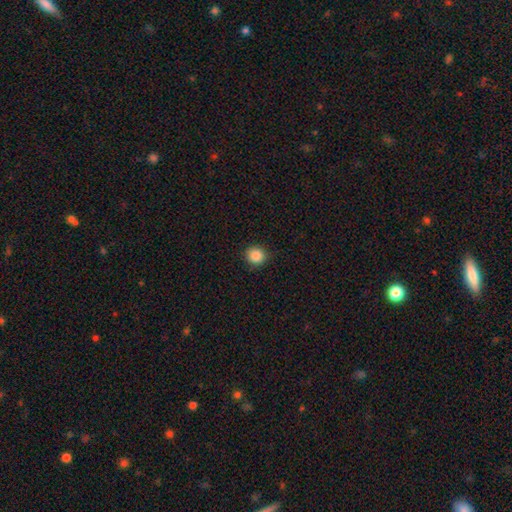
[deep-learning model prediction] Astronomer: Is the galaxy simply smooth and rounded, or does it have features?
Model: smooth — 87%.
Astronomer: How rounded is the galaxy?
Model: round — 91%.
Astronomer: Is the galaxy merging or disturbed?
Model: none — 90%.